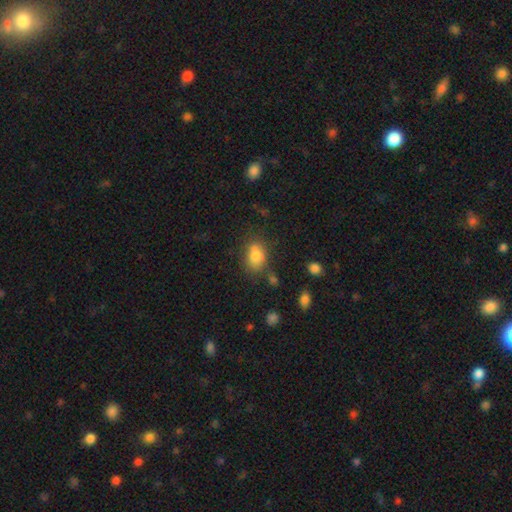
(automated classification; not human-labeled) The model was most divided on "merging": none: 63%, minor disturbance: 21%, merger: 9%, major disturbance: 7%. More confident: smooth or featured — smooth (80%); how rounded — in between (76%).